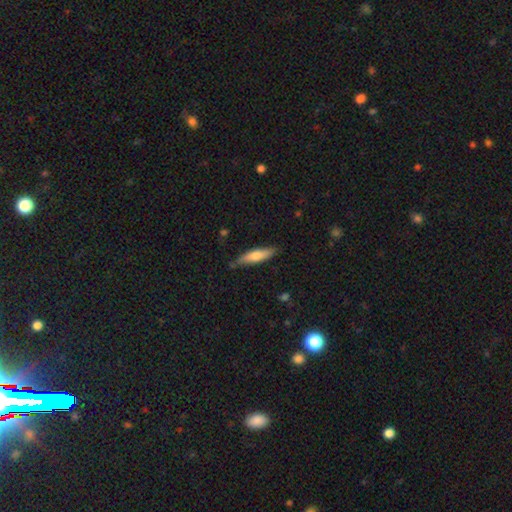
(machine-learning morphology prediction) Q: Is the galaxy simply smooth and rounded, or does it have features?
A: smooth — 62%.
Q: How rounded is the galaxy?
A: cigar-shaped — 76%.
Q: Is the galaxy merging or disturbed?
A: none — 80%.